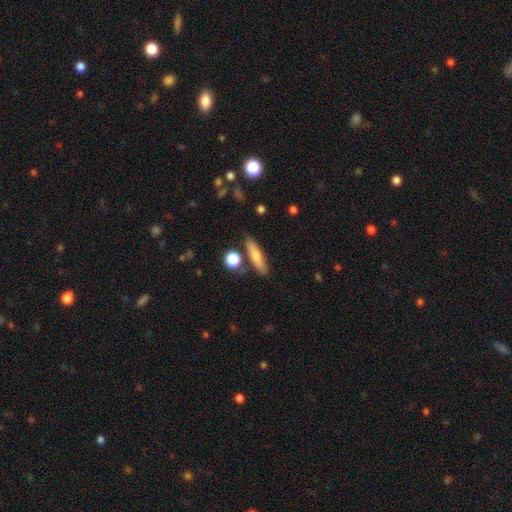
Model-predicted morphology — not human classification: Smooth or featured? Predicted: smooth (p=0.71). How rounded? Predicted: cigar-shaped (p=0.76). Merging? Predicted: none (p=0.79).